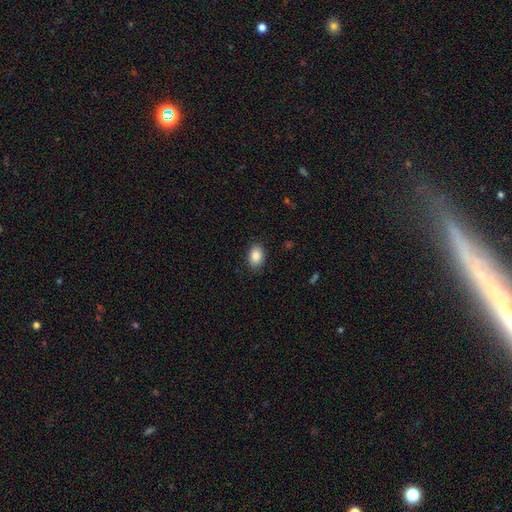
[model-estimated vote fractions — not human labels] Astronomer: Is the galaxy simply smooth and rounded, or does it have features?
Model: smooth — 87%.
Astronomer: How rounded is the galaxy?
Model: in between — 84%.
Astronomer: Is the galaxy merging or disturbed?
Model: none — 87%.